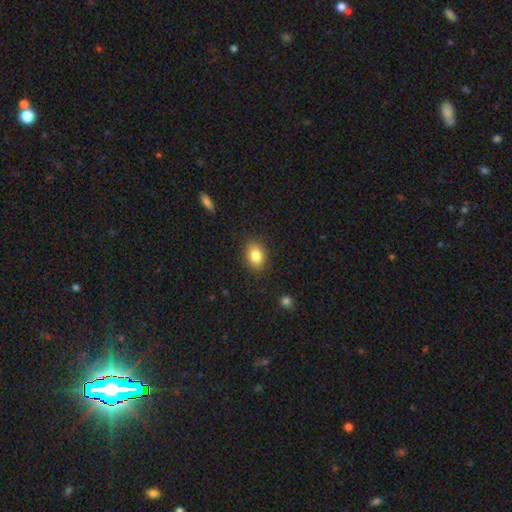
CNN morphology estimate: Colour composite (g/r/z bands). It shows a smooth galaxy with no disk features (84%) that is in between round and cigar-shaped (68%). Merging: none (85%).